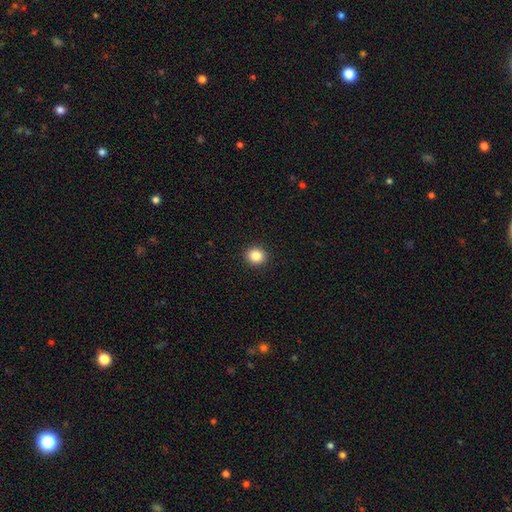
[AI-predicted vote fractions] The model was most divided on "how rounded": round: 85%, in between: 14%, cigar-shaped: 1%. More confident: merging — none (93%); smooth or featured — smooth (85%).